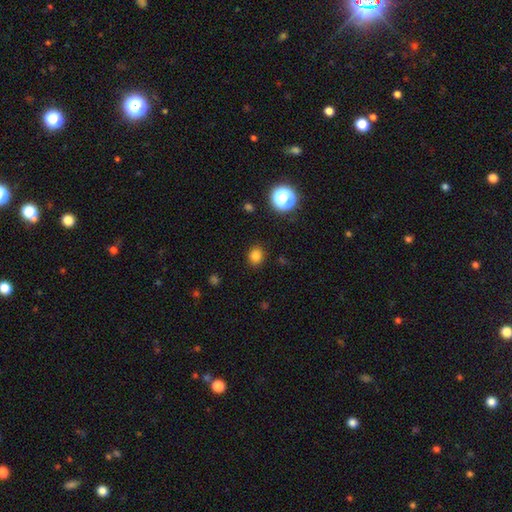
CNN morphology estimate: This is clearly a smooth galaxy (81%). How rounded: likely round (73%). Merging: clearly none (88%).